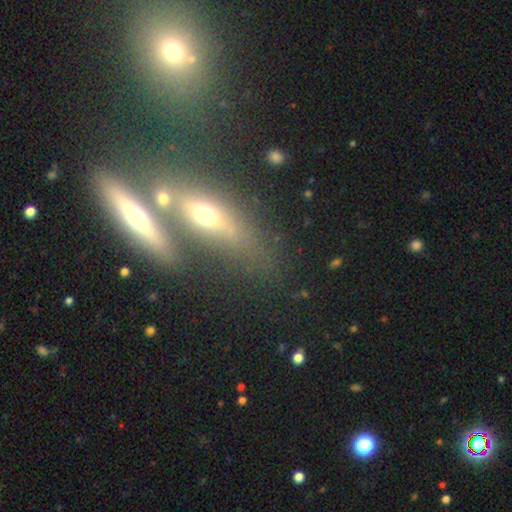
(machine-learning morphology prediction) featured or disk 43%, smooth 41%, star or artifact 16%. Down the decision tree: merging — none (52%).